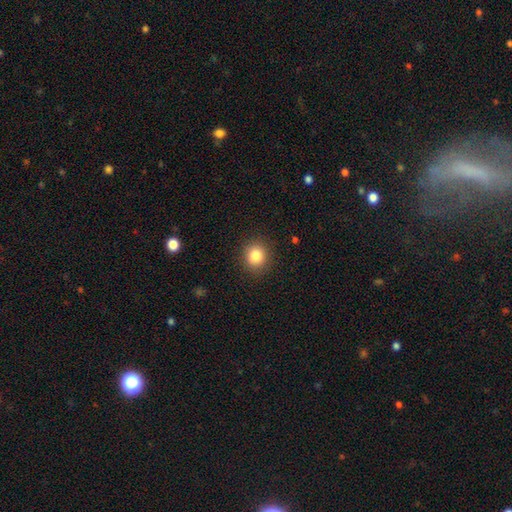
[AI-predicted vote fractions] Smooth or featured? smooth (84%)
How rounded? round (84%)
Merging? none (90%)